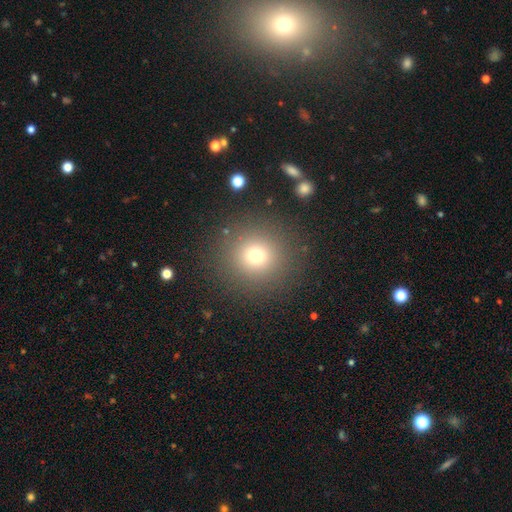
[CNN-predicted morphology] Smooth or featured: smooth — 72% (star or artifact — 18%)
How rounded: round — 94% (in between — 5%)
Merging: none — 88% (minor disturbance — 6%)